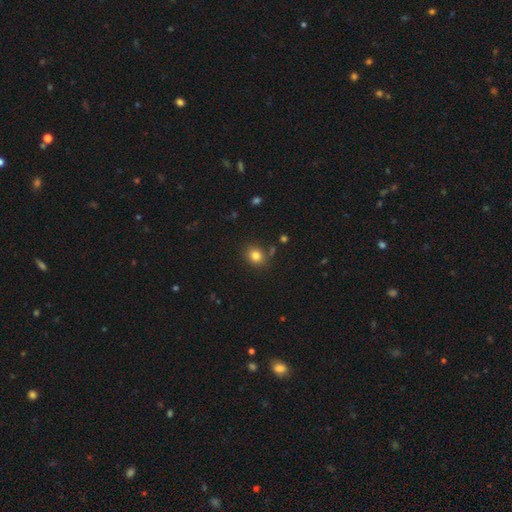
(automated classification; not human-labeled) Smooth or featured?
  - smooth: 82% *
  - star or artifact: 12%
  - featured or disk: 6%
How rounded?
  - round: 63% *
  - in between: 36%
  - cigar-shaped: 1%
Merging?
  - none: 81% *
  - minor disturbance: 11%
  - merger: 5%
  - major disturbance: 3%